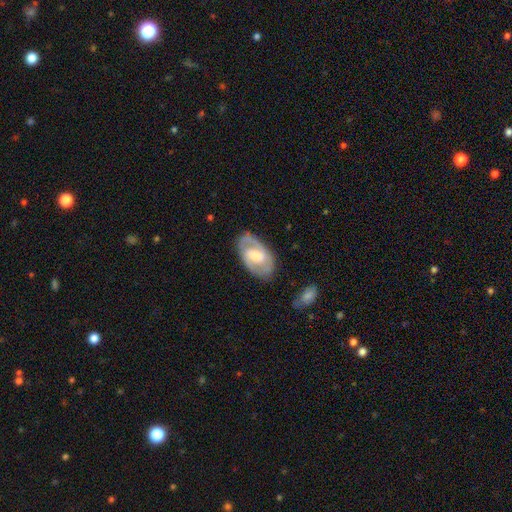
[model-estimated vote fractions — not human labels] A featured or disk galaxy (72%) with a weak bar (51%), 2 (76%) medium (47%) spiral arms (82%) and a moderate central bulge (56%).

Vote fractions:
- Smooth or featured? featured or disk: 72% / smooth: 23% / star or artifact: 5%
- Edge-on disk? no: 95% / yes: 5%
- Bar? weak: 51% / no: 25% / strong: 23%
- Spiral arms? yes: 82% / no: 18%
- Spiral winding? medium: 47% / tight: 37% / loose: 16%
- Spiral arm count? 2: 76% / can't tell: 15% / 1: 4% / 3: 3% / 4: 1% / more than 4: 1%
- Bulge size? moderate: 56% / small: 26% / large: 13% / none: 3% / dominant: 1%
- Merging? none: 78% / minor disturbance: 15% / major disturbance: 5% / merger: 2%